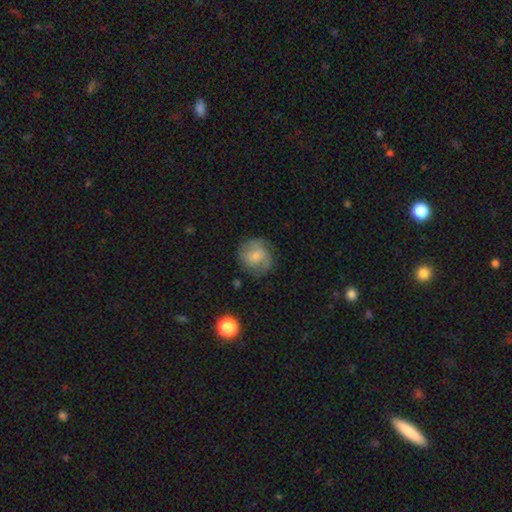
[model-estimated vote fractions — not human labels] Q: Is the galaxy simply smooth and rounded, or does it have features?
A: smooth — 53%.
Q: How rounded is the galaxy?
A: round — 85%.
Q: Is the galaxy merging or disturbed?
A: none — 67%.